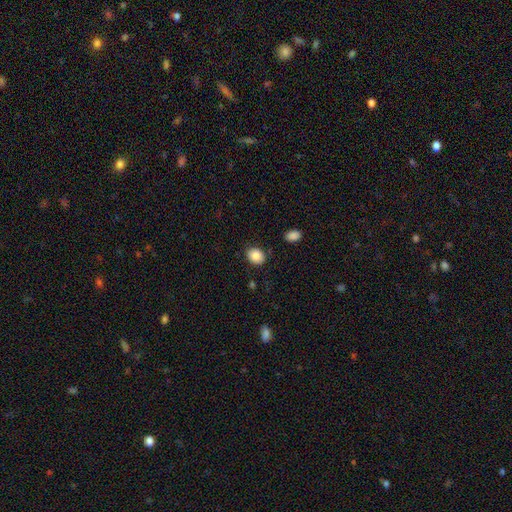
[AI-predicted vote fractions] Smooth or featured: smooth — 88% (star or artifact — 8%)
How rounded: in between — 52% (round — 47%)
Merging: none — 82% (minor disturbance — 12%)